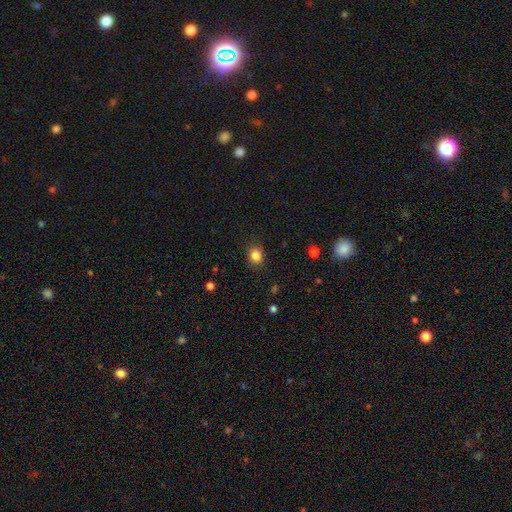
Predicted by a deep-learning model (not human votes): Smooth or featured?
  - smooth: 84% *
  - star or artifact: 11%
  - featured or disk: 5%
How rounded?
  - round: 71% *
  - in between: 29%
  - cigar-shaped: 1%
Merging?
  - none: 85% *
  - minor disturbance: 11%
  - major disturbance: 3%
  - merger: 1%